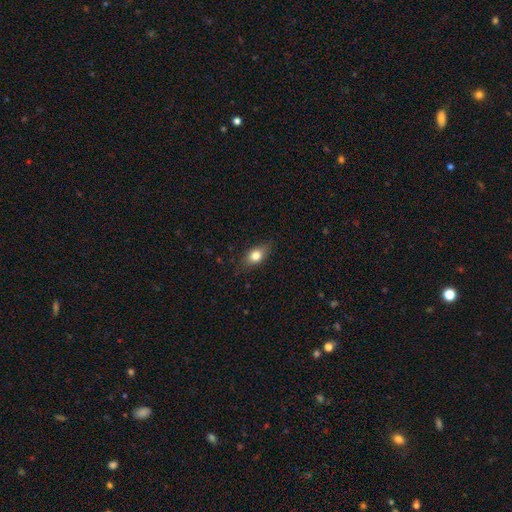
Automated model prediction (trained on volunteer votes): Smooth or featured? Predicted: smooth (p=0.77). How rounded? Predicted: in between (p=0.74). Merging? Predicted: none (p=0.78).